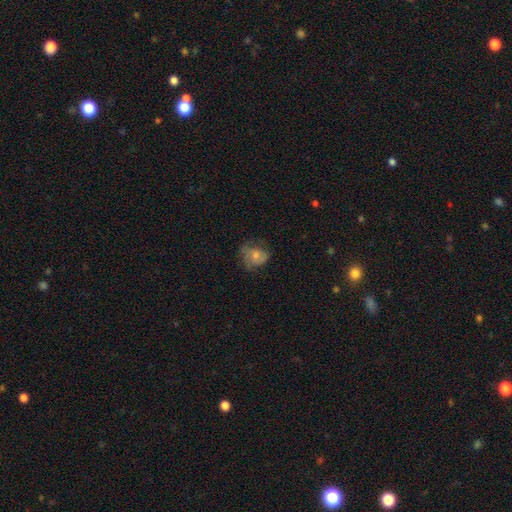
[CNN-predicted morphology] A smooth galaxy with no disk features (54%) that is round (57%).

Vote fractions:
- Smooth or featured? smooth: 54% / featured or disk: 37% / star or artifact: 9%
- How rounded? round: 57% / in between: 42% / cigar-shaped: 1%
- Merging? none: 51% / minor disturbance: 28% / major disturbance: 19% / merger: 1%